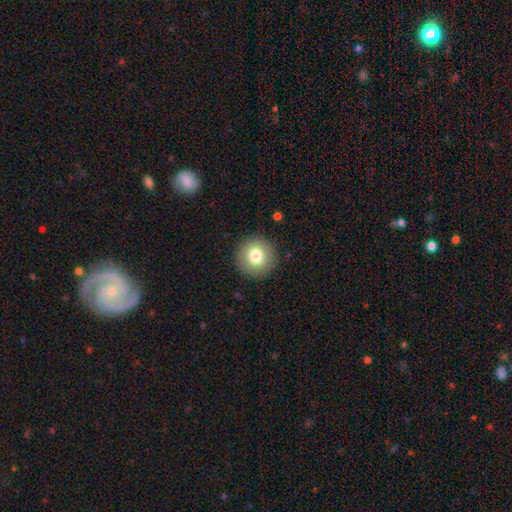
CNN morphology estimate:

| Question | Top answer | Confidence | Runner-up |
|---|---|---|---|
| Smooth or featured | smooth | 78% | featured or disk (12%) |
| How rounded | round | 95% | in between (4%) |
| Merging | none | 90% | minor disturbance (6%) |